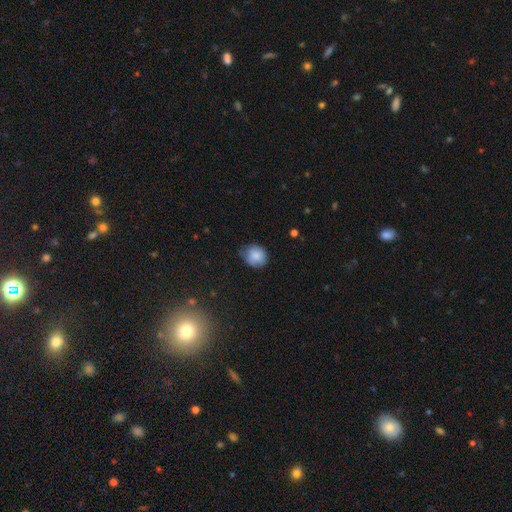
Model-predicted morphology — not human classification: smooth_or_featured: smooth (p=0.82) [alt: featured or disk p=0.10]
how_rounded: round (p=0.75) [alt: in between p=0.24]
merging: none (p=0.66) [alt: minor disturbance p=0.27]